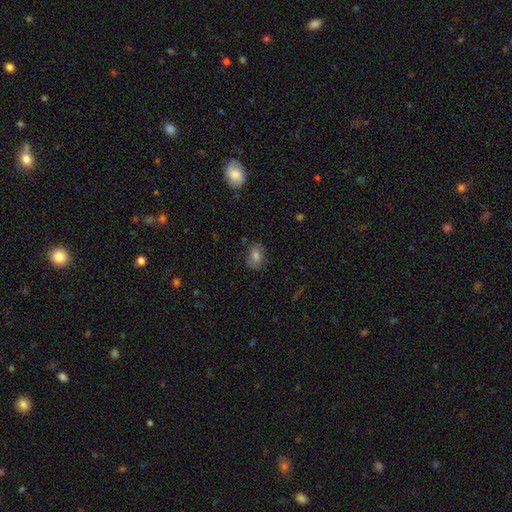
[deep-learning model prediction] Q: Smooth or featured?
A: smooth (65%); runner-up: featured or disk (20%)
Q: How rounded?
A: in between (65%); runner-up: round (34%)
Q: Merging?
A: none (76%); runner-up: minor disturbance (17%)